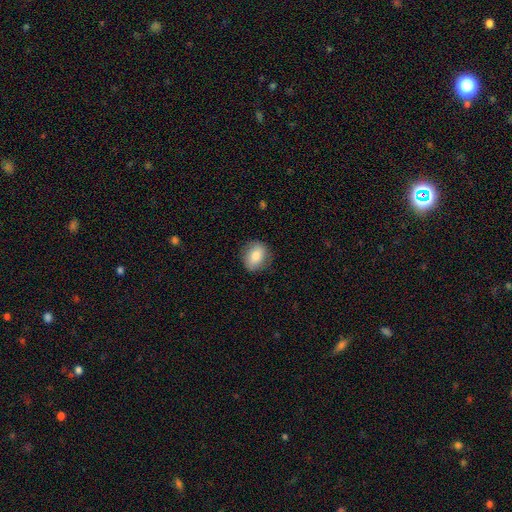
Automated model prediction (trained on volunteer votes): smooth 78%, featured or disk 14%, star or artifact 8%. Down the decision tree: how rounded — round (59%); merging — none (83%).